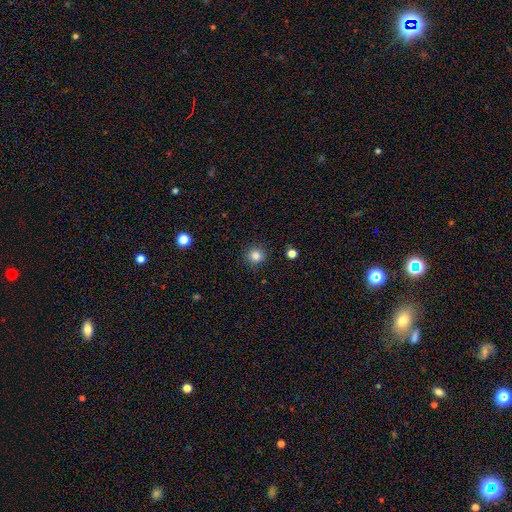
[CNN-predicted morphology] Smooth or featured? Predicted: smooth (p=0.85). How rounded? Predicted: round (p=0.93). Merging? Predicted: none (p=0.90).